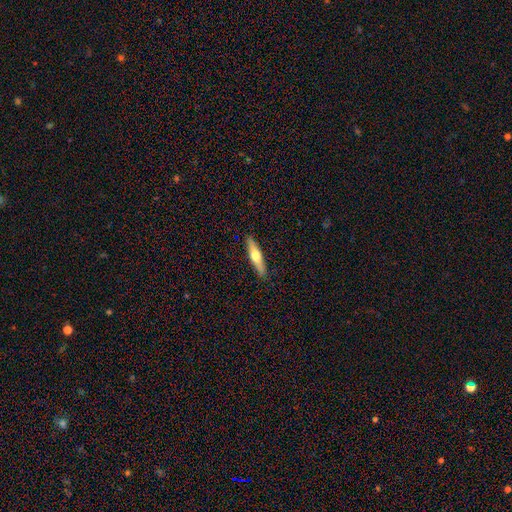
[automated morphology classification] The model was most divided on "smooth or featured": smooth: 50%, featured or disk: 44%, star or artifact: 5%. More confident: merging — none (90%); how rounded — cigar-shaped (81%).